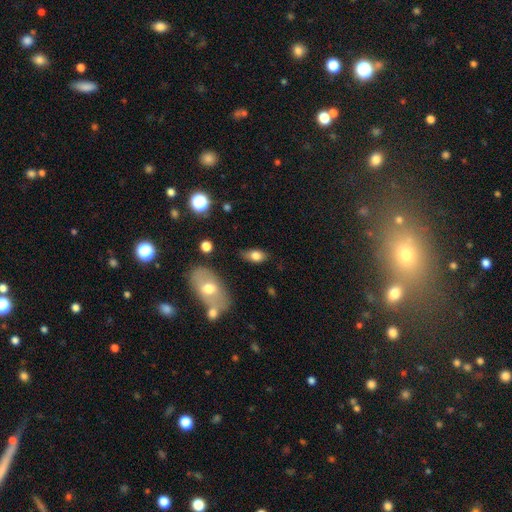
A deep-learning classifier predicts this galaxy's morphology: smooth_or_featured: smooth (p=0.75) [alt: featured or disk p=0.16]
how_rounded: in between (p=0.85) [alt: round p=0.11]
merging: none (p=0.68) [alt: minor disturbance p=0.21]